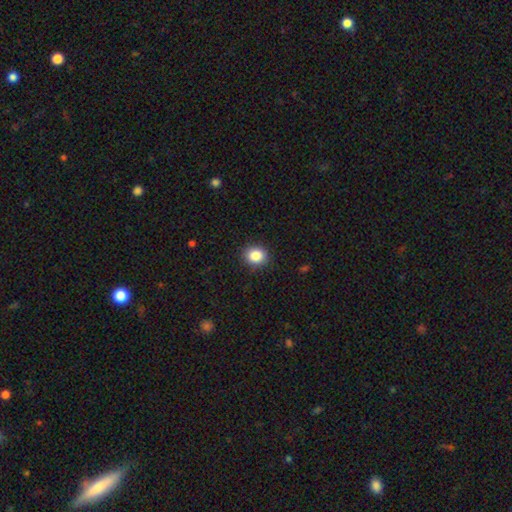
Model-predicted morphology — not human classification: A smooth galaxy with no disk features (86%) that is round (73%). Merging: none (89%).